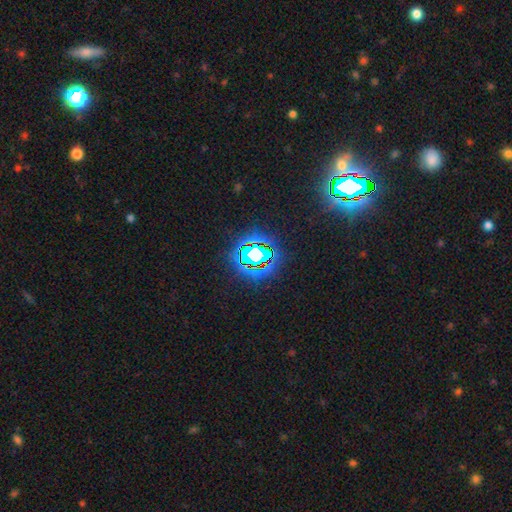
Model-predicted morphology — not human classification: This appears to be a star or artifact, not a galaxy (73%).